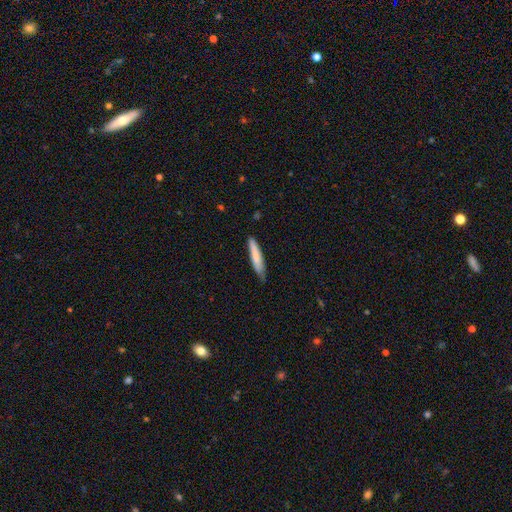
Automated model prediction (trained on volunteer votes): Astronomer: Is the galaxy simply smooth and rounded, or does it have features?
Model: smooth — 76%.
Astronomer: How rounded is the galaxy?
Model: cigar-shaped — 89%.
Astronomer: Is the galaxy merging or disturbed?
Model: none — 72%.